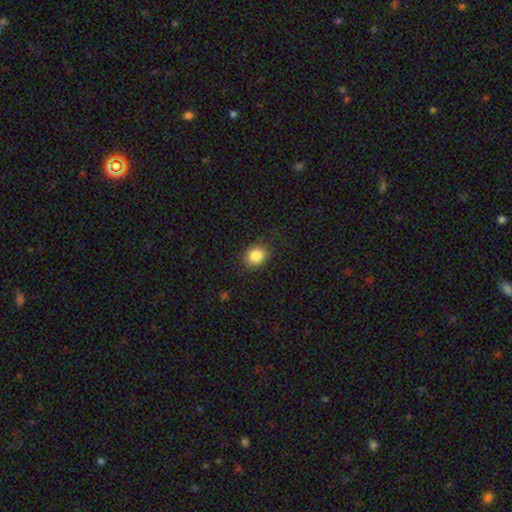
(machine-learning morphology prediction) A smooth galaxy with no disk features (85%) that is round (59%). Merging: none (85%).